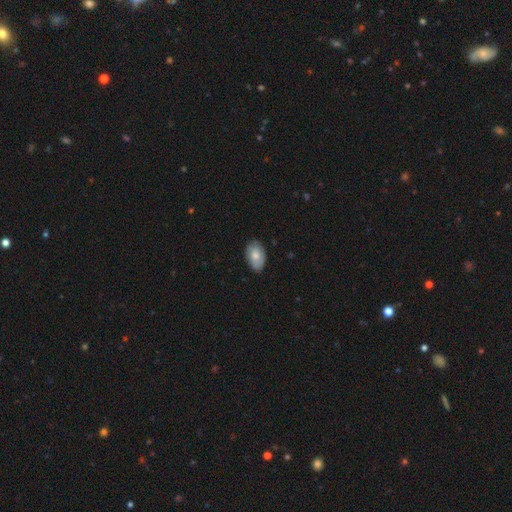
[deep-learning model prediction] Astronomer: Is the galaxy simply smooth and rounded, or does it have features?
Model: smooth — 76%.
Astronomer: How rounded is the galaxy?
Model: in between — 91%.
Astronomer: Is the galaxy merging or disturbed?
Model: none — 81%.